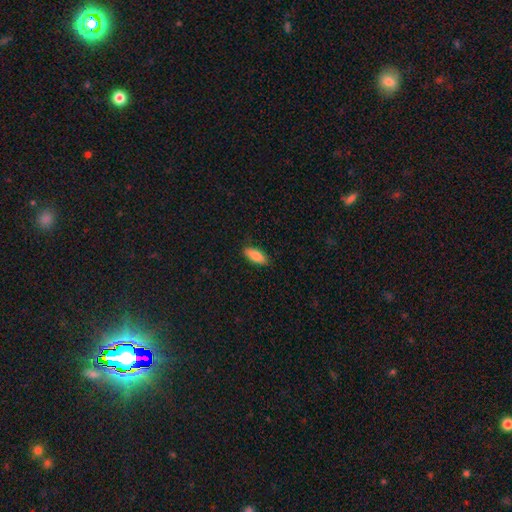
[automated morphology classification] Smooth or featured: smooth — 87% (featured or disk — 6%)
How rounded: in between — 79% (cigar-shaped — 19%)
Merging: none — 86% (minor disturbance — 11%)